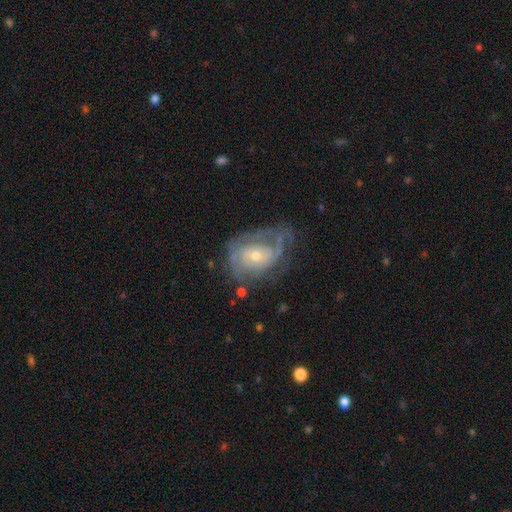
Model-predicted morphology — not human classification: featured or disk 79%, smooth 14%, star or artifact 7%. Down the decision tree: edge-on disk — no (96%); bar — no (74%); spiral arms — yes (81%); spiral arm count — can't tell (42%); spiral winding — tight (58%); bulge size — small (52%); merging — none (53%).